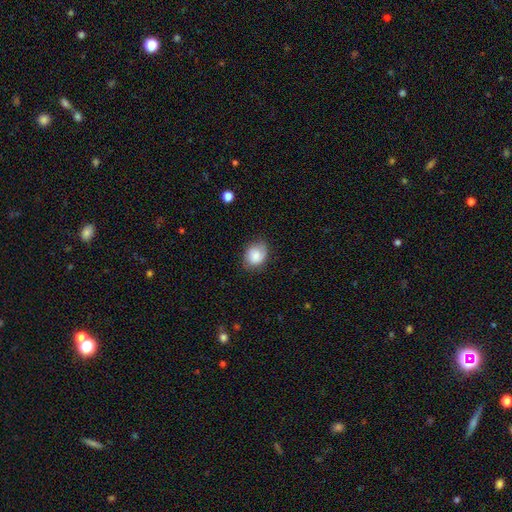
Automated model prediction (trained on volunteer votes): Morphology: type=smooth (80%); roundness=round (52%); merging=none (73%).